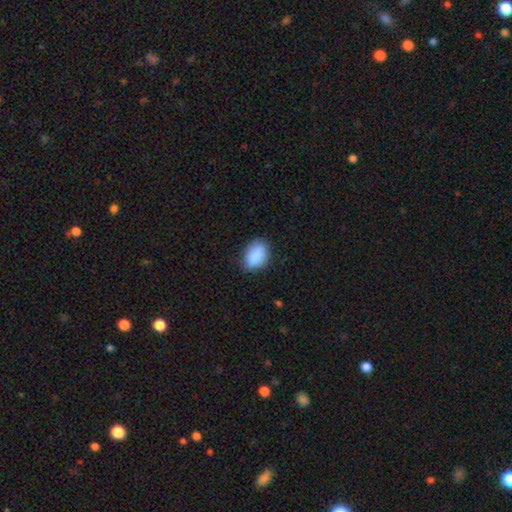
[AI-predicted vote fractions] A smooth galaxy with no disk features (89%) that is in between round and cigar-shaped (83%). Merging: none (81%).